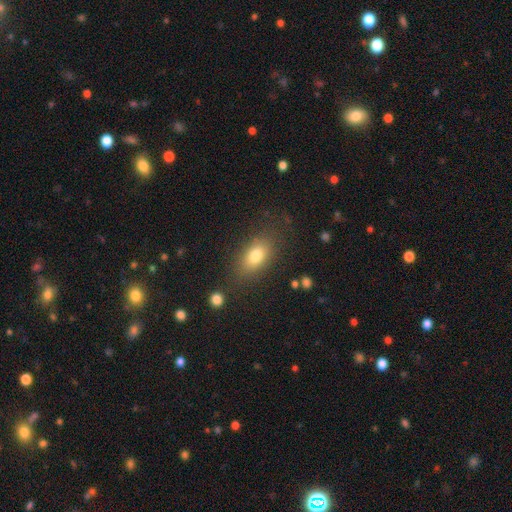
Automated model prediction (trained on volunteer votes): A smooth galaxy with no disk features (77%) that is in between round and cigar-shaped (84%).

Vote fractions:
- Smooth or featured? smooth: 77% / featured or disk: 13% / star or artifact: 10%
- How rounded? in between: 84% / round: 11% / cigar-shaped: 5%
- Merging? none: 79% / minor disturbance: 13% / major disturbance: 6% / merger: 2%